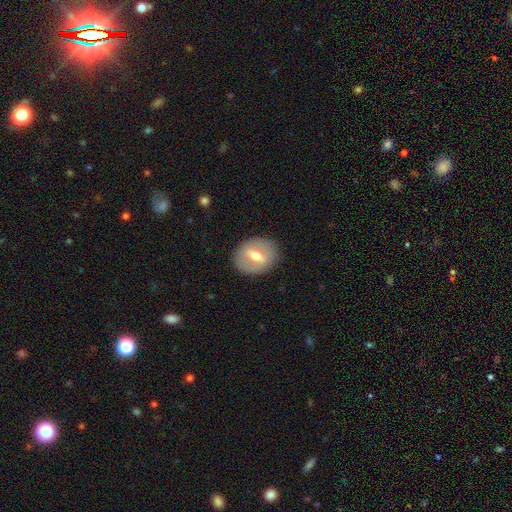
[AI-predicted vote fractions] Overall: featured or disk (54%; smooth 39%). Edge-on disk: no (87%). Merging: none (85%).